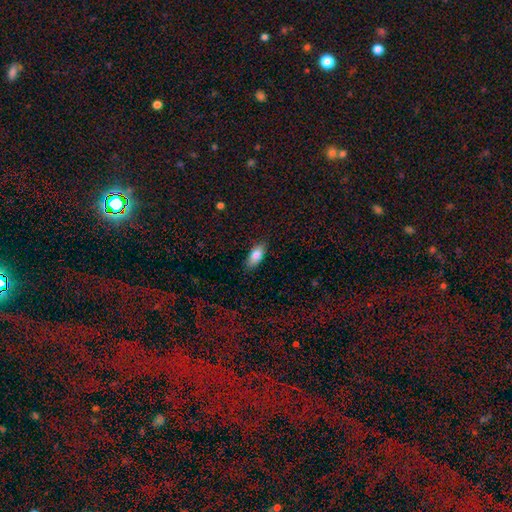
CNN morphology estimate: Q: Smooth or featured?
A: smooth (82%); runner-up: featured or disk (11%)
Q: How rounded?
A: in between (85%); runner-up: cigar-shaped (13%)
Q: Merging?
A: none (86%); runner-up: minor disturbance (11%)